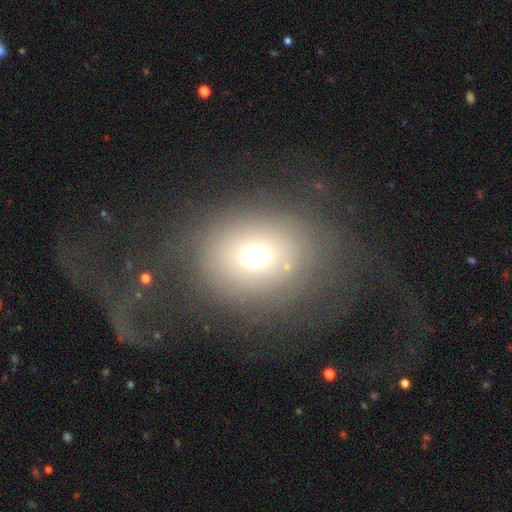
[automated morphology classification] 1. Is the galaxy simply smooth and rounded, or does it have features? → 61% smooth, 24% featured or disk, 15% star or artifact.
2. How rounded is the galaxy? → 62% round, 37% in between, 1% cigar-shaped.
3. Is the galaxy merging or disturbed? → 48% none, 34% major disturbance, 15% minor disturbance, 4% merger.